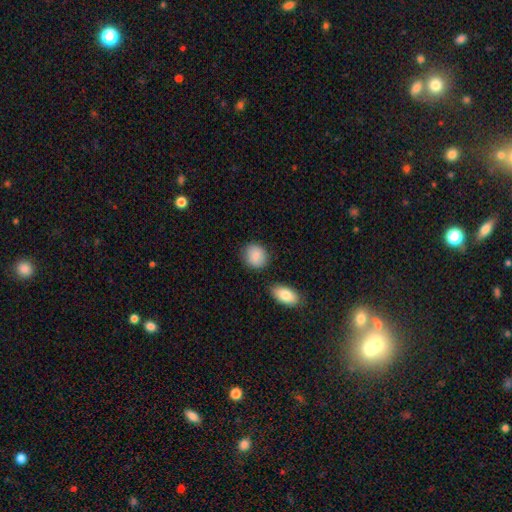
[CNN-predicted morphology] A smooth galaxy with no disk features (86%) that is round (62%).

Vote fractions:
- Smooth or featured? smooth: 86% / featured or disk: 7% / star or artifact: 7%
- How rounded? round: 62% / in between: 37% / cigar-shaped: 1%
- Merging? none: 80% / minor disturbance: 12% / merger: 5% / major disturbance: 3%